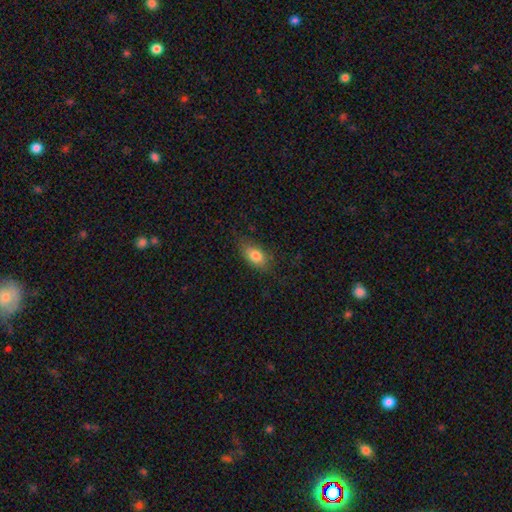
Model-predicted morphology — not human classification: This appears to be a smooth galaxy with no disk features (80%) that is in between round and cigar-shaped (87%). Merging: none (76%).